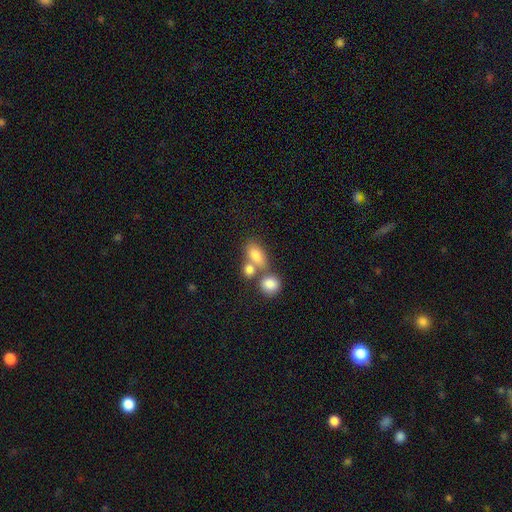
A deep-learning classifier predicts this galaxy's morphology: A smooth galaxy with no disk features (79%) that is in between round and cigar-shaped (80%). Merging: merger (45%).